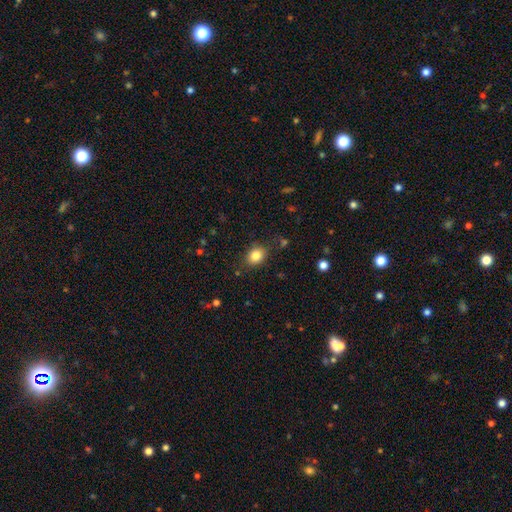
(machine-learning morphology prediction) This is clearly a smooth galaxy (83%). How rounded: possibly in between (55%). Merging: clearly none (82%).